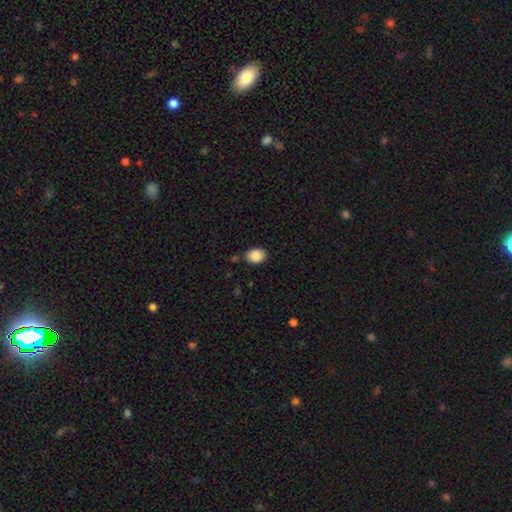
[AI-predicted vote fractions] smooth_or_featured: smooth (p=0.88) [alt: star or artifact p=0.08]
how_rounded: in between (p=0.69) [alt: round p=0.30]
merging: none (p=0.82) [alt: minor disturbance p=0.13]